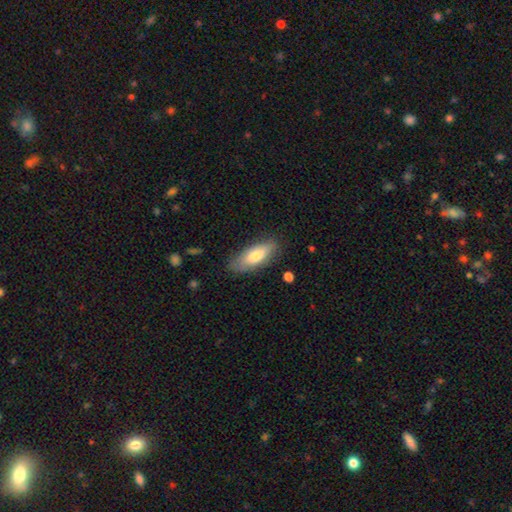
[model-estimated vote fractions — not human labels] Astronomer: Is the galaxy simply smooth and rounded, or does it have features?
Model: smooth — 75%.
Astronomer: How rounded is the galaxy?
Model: in between — 71%.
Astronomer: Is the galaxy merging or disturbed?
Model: none — 80%.